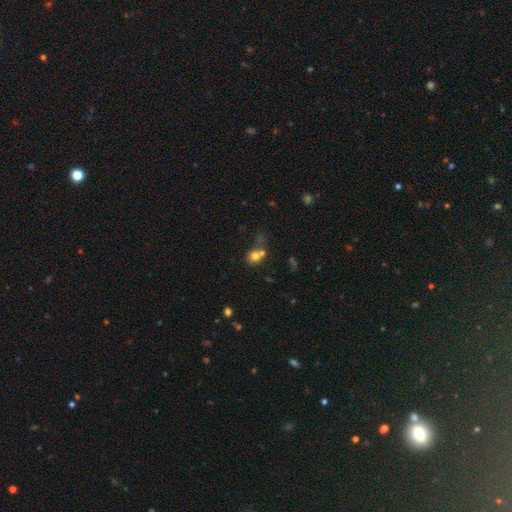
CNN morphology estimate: Smooth or featured? smooth (73%)
How rounded? round (76%)
Merging? merger (45%)